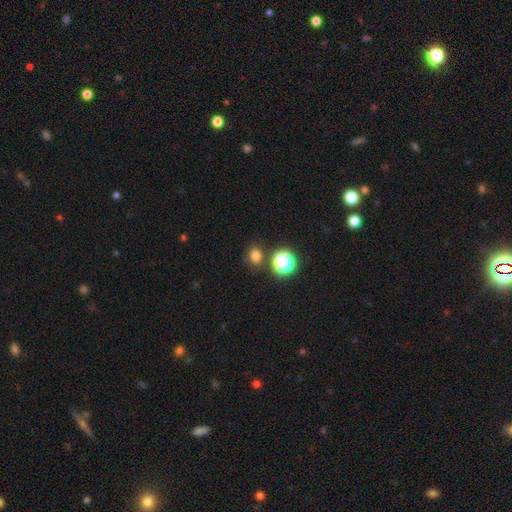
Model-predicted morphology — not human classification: The model was most divided on "how rounded": round: 59%, in between: 40%, cigar-shaped: 1%. More confident: merging — none (78%); smooth or featured — smooth (73%).